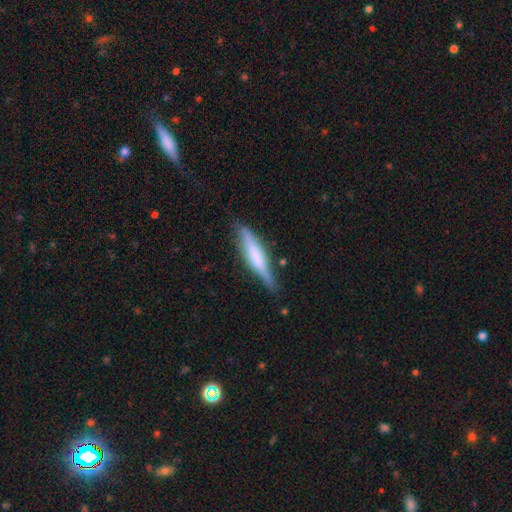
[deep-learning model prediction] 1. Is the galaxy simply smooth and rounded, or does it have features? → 48% smooth, 46% featured or disk, 6% star or artifact.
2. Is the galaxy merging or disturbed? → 79% none, 16% minor disturbance, 3% major disturbance, 2% merger.